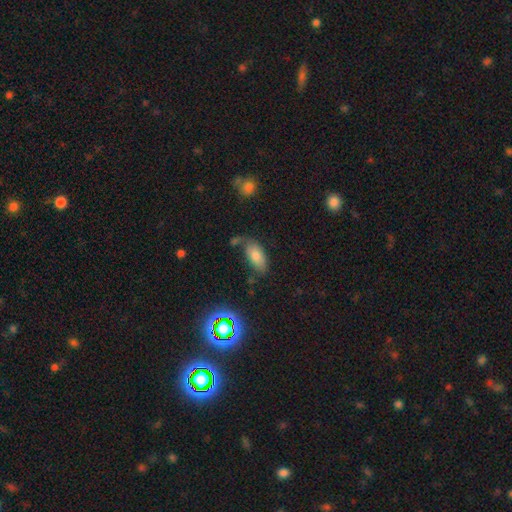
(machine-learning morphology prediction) Smooth or featured?
  - smooth: 75% *
  - star or artifact: 12%
  - featured or disk: 12%
How rounded?
  - in between: 92% *
  - cigar-shaped: 5%
  - round: 3%
Merging?
  - none: 57% *
  - minor disturbance: 22%
  - merger: 11%
  - major disturbance: 10%